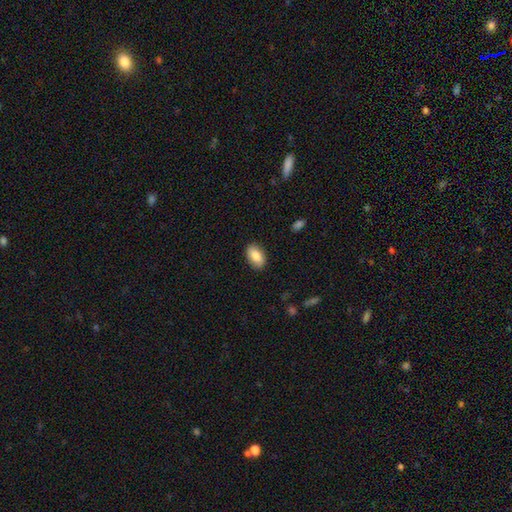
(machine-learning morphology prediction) smooth-or-featured: smooth: 84% | featured or disk: 10% | star or artifact: 7%
  how-rounded: in between: 92% | round: 6% | cigar-shaped: 2%
  merging: none: 88% | minor disturbance: 9% | major disturbance: 2% | merger: 1%